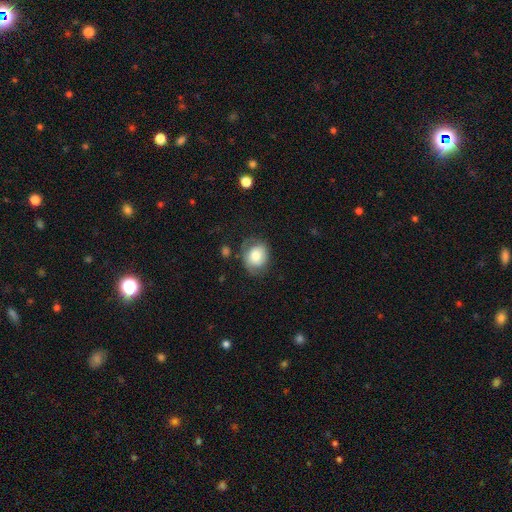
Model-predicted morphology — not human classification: smooth_or_featured: smooth (p=0.73) [alt: featured or disk p=0.19]
how_rounded: round (p=0.57) [alt: in between p=0.42]
merging: none (p=0.59) [alt: minor disturbance p=0.27]